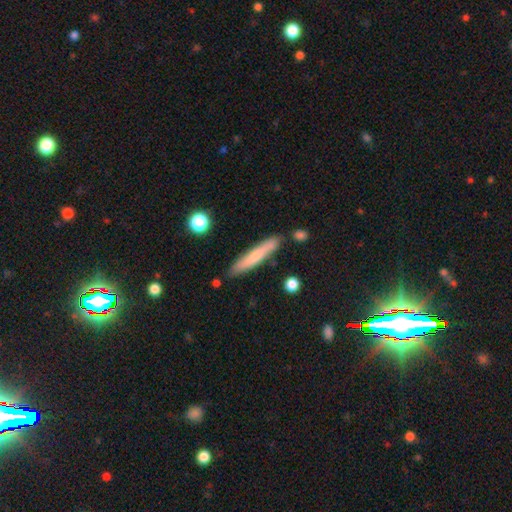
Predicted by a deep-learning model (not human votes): This appears to be a smooth galaxy with no disk features (67%) that is cigar-shaped (93%). Merging: none (83%).